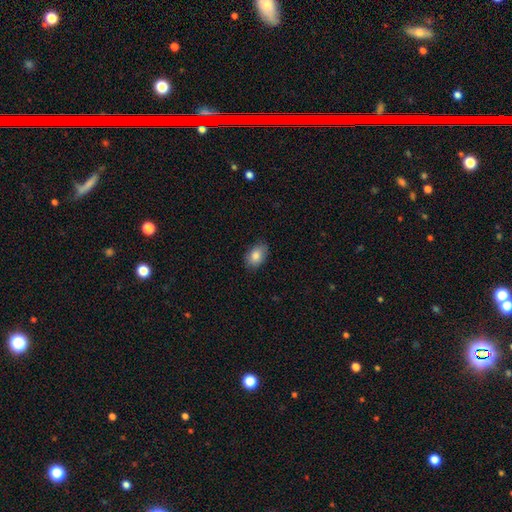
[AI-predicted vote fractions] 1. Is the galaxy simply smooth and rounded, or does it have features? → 84% smooth, 8% featured or disk, 8% star or artifact.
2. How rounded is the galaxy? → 84% in between, 15% round, 1% cigar-shaped.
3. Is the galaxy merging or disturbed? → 83% none, 14% minor disturbance, 3% major disturbance, 1% merger.